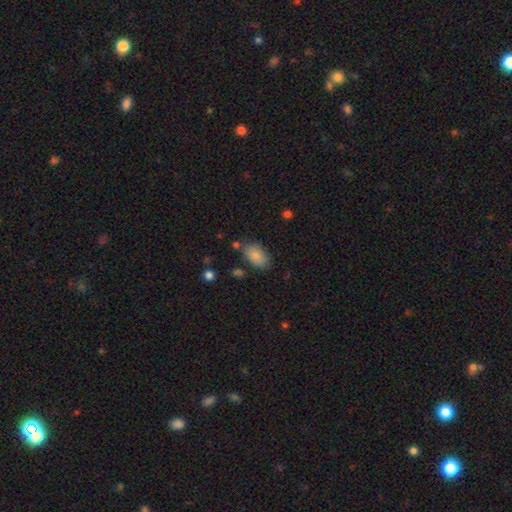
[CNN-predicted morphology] Smooth or featured? smooth (86%)
How rounded? in between (92%)
Merging? none (77%)